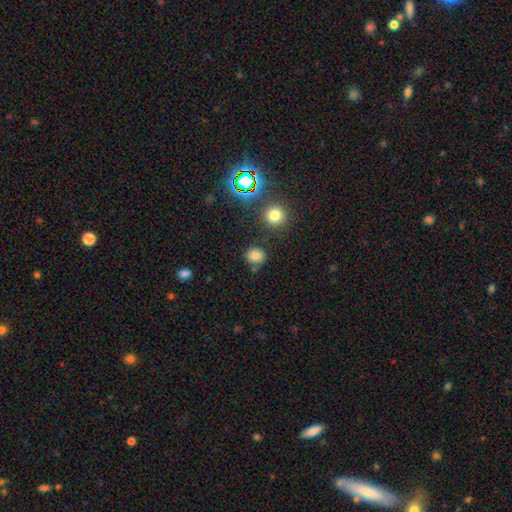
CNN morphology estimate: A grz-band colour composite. It shows a smooth galaxy with no disk features (77%) that is round (75%). Merging: none (79%).